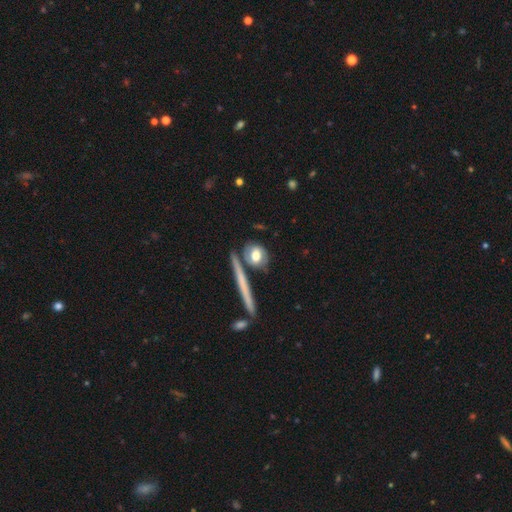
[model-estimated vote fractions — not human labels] Smooth or featured? smooth (64%)
How rounded? round (47%)
Merging? none (67%)